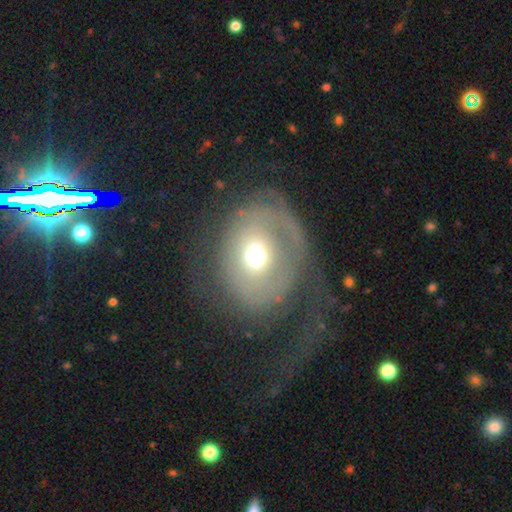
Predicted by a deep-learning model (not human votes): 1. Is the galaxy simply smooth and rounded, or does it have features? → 53% featured or disk, 38% smooth, 9% star or artifact.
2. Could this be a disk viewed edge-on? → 96% no, 4% yes.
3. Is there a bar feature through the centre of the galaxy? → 80% no, 15% weak, 5% strong.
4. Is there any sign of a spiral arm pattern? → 54% no, 46% yes.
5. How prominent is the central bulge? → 66% moderate, 16% large, 14% small, 3% dominant, 1% none.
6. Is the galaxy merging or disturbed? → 42% major disturbance, 37% none, 19% minor disturbance, 2% merger.